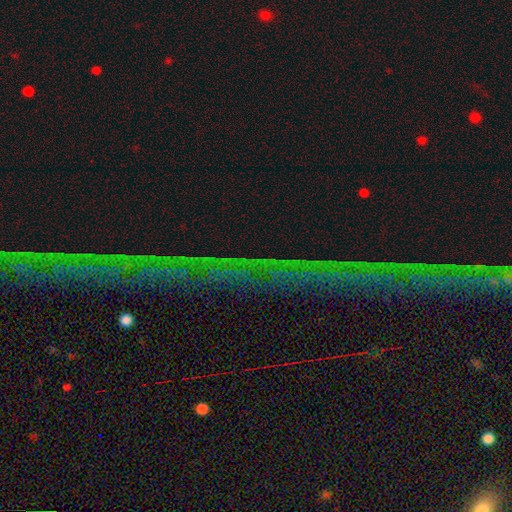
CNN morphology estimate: This is likely a star or artifact rather than a galaxy (77%).